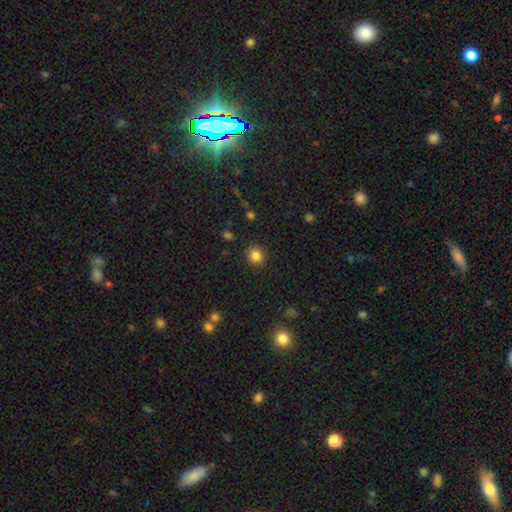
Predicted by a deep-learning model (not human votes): Q: Smooth or featured?
A: smooth (84%); runner-up: star or artifact (12%)
Q: How rounded?
A: round (90%); runner-up: in between (9%)
Q: Merging?
A: none (90%); runner-up: minor disturbance (6%)